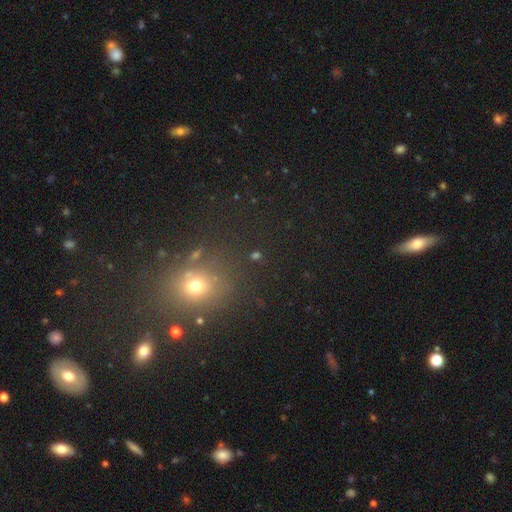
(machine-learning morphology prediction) smooth_or_featured: smooth (p=0.51) [alt: star or artifact p=0.39]
how_rounded: round (p=0.70) [alt: in between p=0.28]
merging: none (p=0.81) [alt: minor disturbance p=0.10]